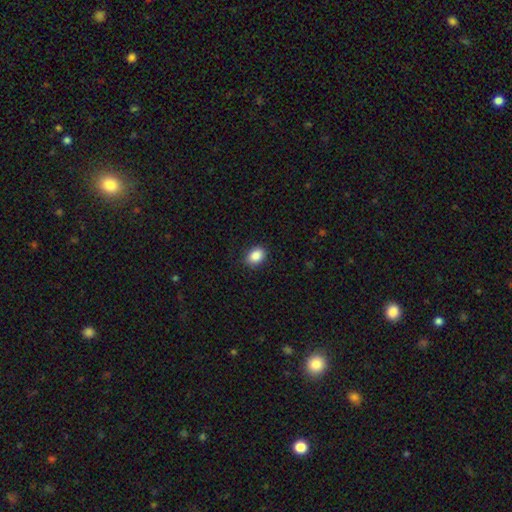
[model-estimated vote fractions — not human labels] Smooth or featured: smooth — 88% (star or artifact — 8%)
How rounded: in between — 70% (round — 29%)
Merging: none — 88% (minor disturbance — 9%)